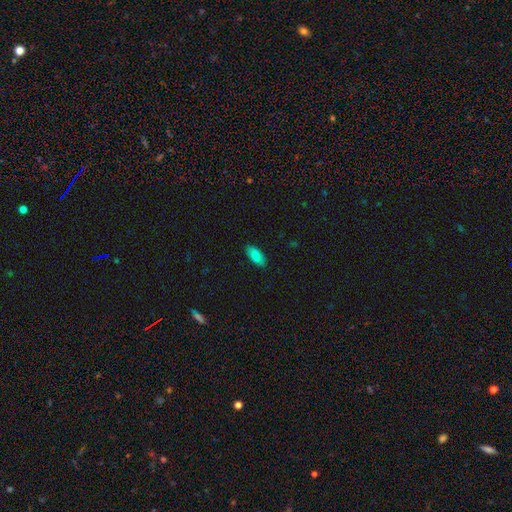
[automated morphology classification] A smooth galaxy with no disk features (85%) that is in between round and cigar-shaped (87%).

Vote fractions:
- Smooth or featured? smooth: 85% / featured or disk: 8% / star or artifact: 7%
- How rounded? in between: 87% / cigar-shaped: 11% / round: 2%
- Merging? none: 88% / minor disturbance: 9% / major disturbance: 2% / merger: 1%